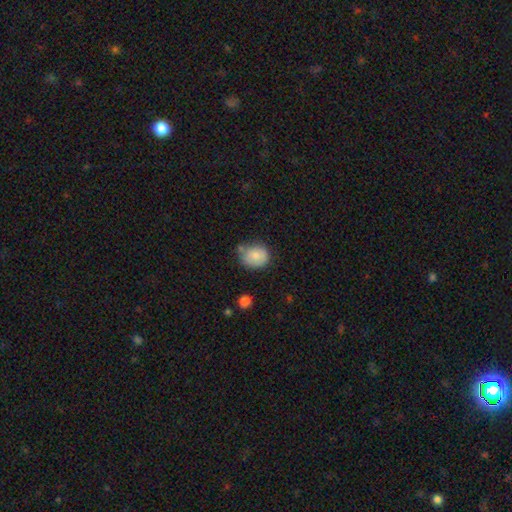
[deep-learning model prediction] smooth_or_featured: smooth (p=0.81) [alt: featured or disk p=0.11]
how_rounded: round (p=0.65) [alt: in between p=0.34]
merging: none (p=0.59) [alt: minor disturbance p=0.28]